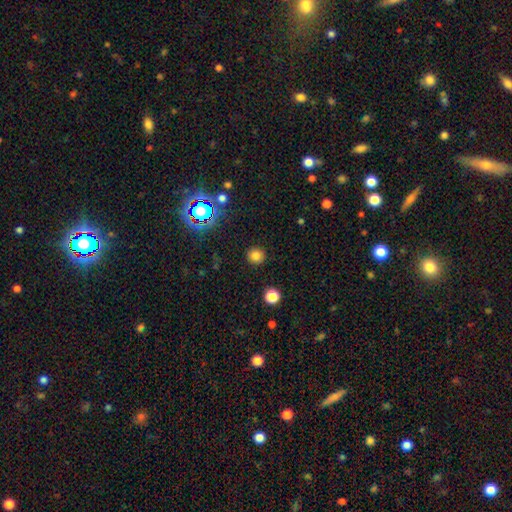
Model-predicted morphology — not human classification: Smooth or featured? Predicted: smooth (p=0.79). How rounded? Predicted: round (p=0.92). Merging? Predicted: none (p=0.91).